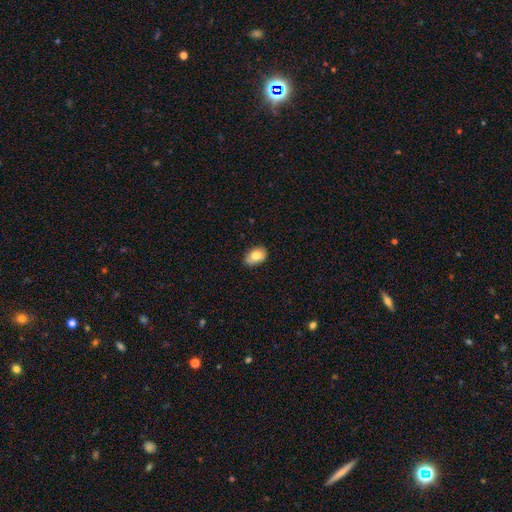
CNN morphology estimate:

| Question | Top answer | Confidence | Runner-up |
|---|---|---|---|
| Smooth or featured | smooth | 77% | featured or disk (15%) |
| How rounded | in between | 84% | round (15%) |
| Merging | none | 77% | minor disturbance (19%) |